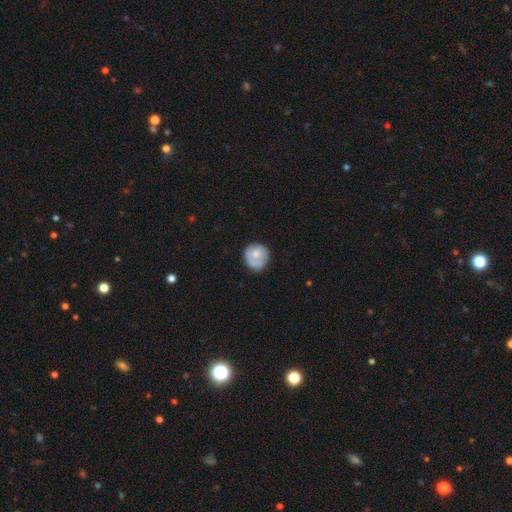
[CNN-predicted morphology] The model was most divided on "smooth or featured": smooth: 66%, featured or disk: 27%, star or artifact: 7%. More confident: how rounded — round (86%); merging — none (65%).